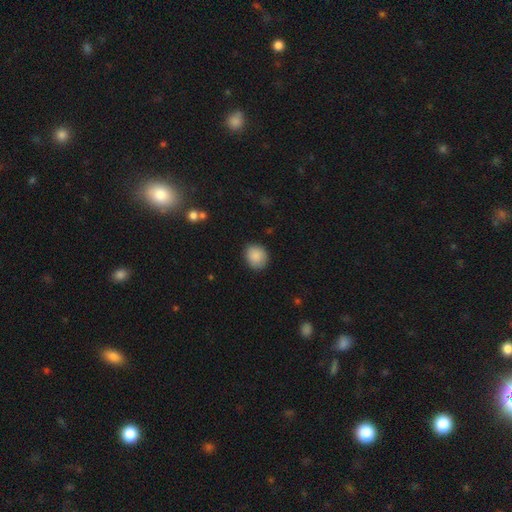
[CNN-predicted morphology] This is clearly a smooth galaxy (88%). How rounded: likely round (72%). Merging: clearly none (84%).